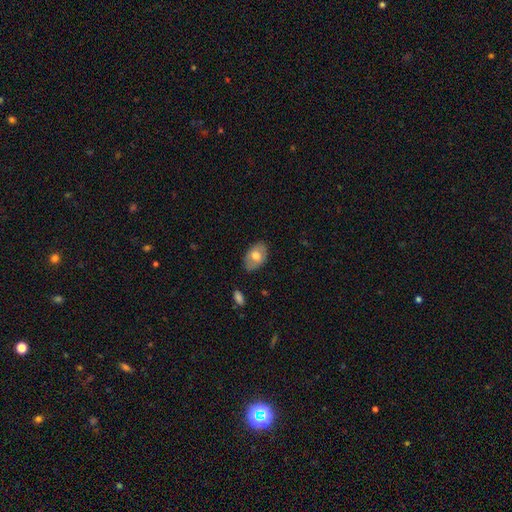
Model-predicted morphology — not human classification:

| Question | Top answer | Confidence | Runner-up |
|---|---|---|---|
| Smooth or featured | smooth | 68% | featured or disk (26%) |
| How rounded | in between | 88% | round (11%) |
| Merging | none | 80% | minor disturbance (16%) |